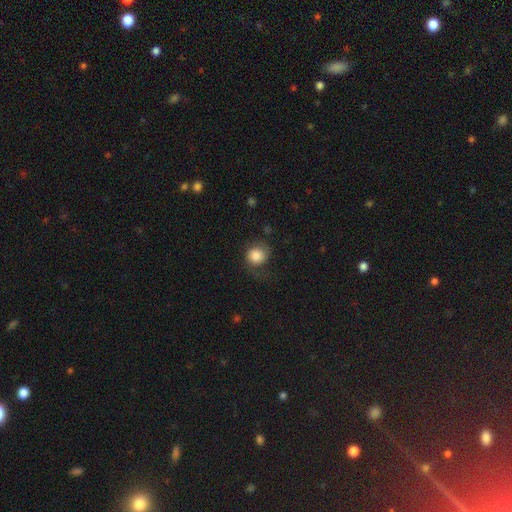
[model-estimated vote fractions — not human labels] Q: Smooth or featured?
A: smooth (72%); runner-up: featured or disk (20%)
Q: How rounded?
A: round (78%); runner-up: in between (21%)
Q: Merging?
A: none (52%); runner-up: minor disturbance (24%)